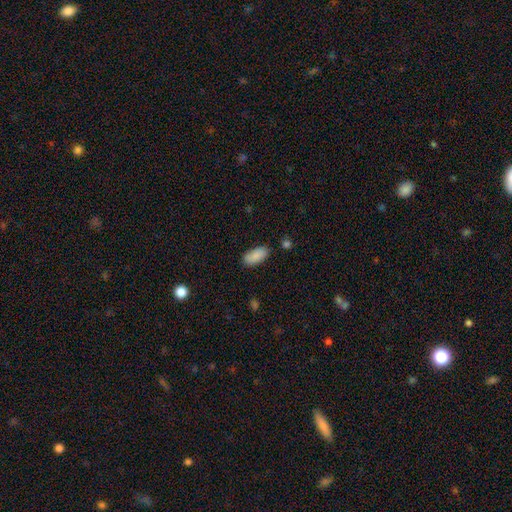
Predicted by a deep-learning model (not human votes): The model was most divided on "merging": none: 83%, minor disturbance: 12%, major disturbance: 3%, merger: 2%. More confident: how rounded — in between (91%); smooth or featured — smooth (88%).